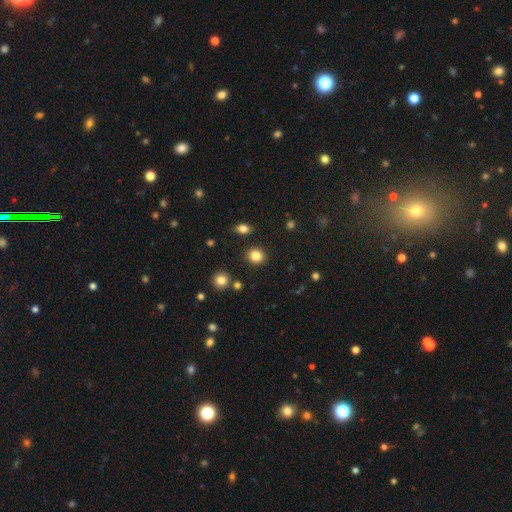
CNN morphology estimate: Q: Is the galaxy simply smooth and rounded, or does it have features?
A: smooth — 84%.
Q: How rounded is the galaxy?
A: round — 84%.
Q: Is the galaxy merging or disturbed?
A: none — 90%.